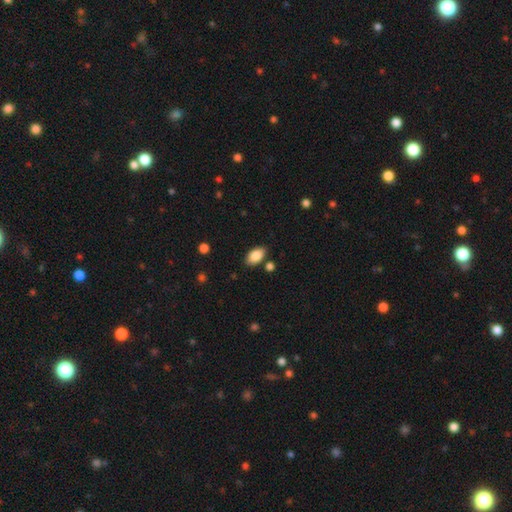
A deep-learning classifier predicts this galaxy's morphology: Smooth or featured? Predicted: smooth (p=0.87). How rounded? Predicted: in between (p=0.93). Merging? Predicted: none (p=0.83).